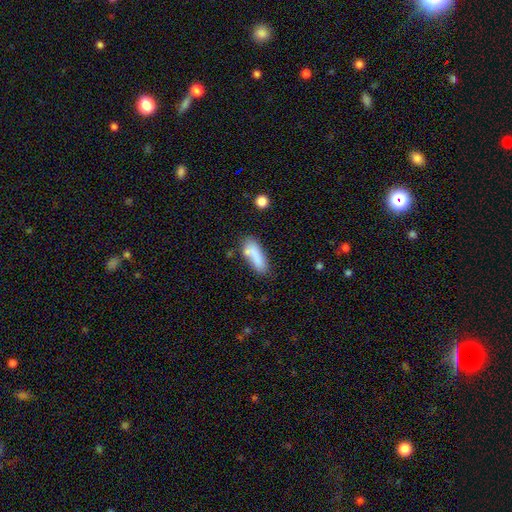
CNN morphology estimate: Smooth or featured: smooth — 78% (featured or disk — 14%)
How rounded: in between — 59% (cigar-shaped — 38%)
Merging: none — 50% (minor disturbance — 23%)